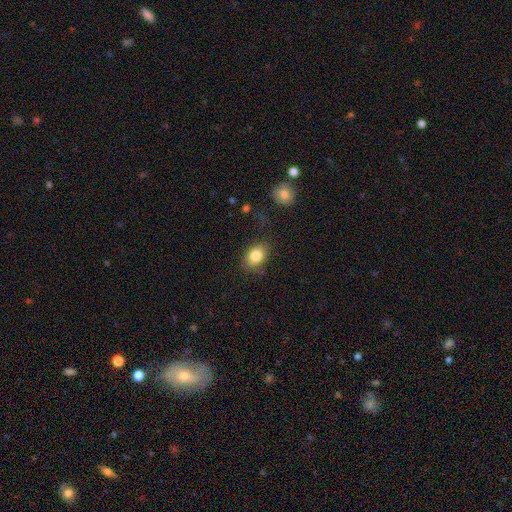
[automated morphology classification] smooth_or_featured: smooth (p=0.83) [alt: star or artifact p=0.09]
how_rounded: in between (p=0.69) [alt: round p=0.30]
merging: none (p=0.78) [alt: minor disturbance p=0.15]